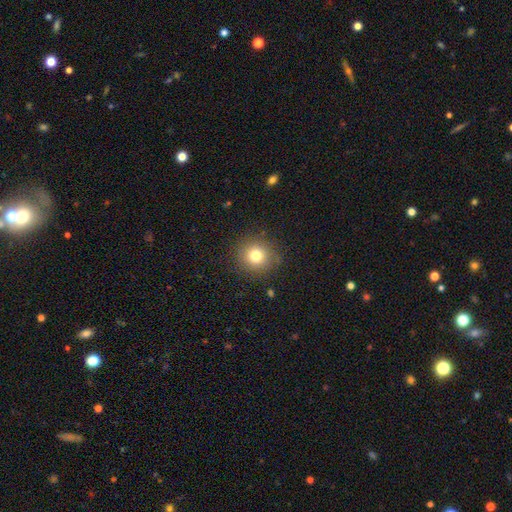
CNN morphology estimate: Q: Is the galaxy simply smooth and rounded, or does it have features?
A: smooth — 77%.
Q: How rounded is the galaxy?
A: round — 92%.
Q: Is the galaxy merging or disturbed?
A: none — 88%.